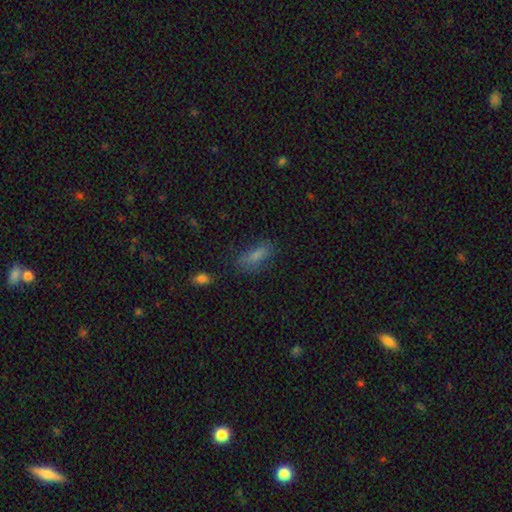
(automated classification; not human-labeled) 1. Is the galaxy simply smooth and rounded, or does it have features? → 78% smooth, 11% star or artifact, 10% featured or disk.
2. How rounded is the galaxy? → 68% in between, 28% cigar-shaped, 3% round.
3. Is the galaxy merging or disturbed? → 68% none, 22% minor disturbance, 8% major disturbance, 3% merger.